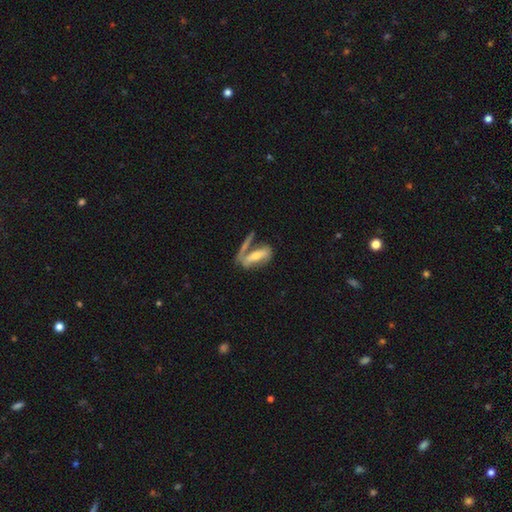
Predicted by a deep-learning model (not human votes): smooth_or_featured: featured or disk (p=0.53) [alt: smooth p=0.39]
disk_edge_on: no (p=0.65) [alt: yes p=0.35]
merging: none (p=0.41) [alt: merger p=0.27]